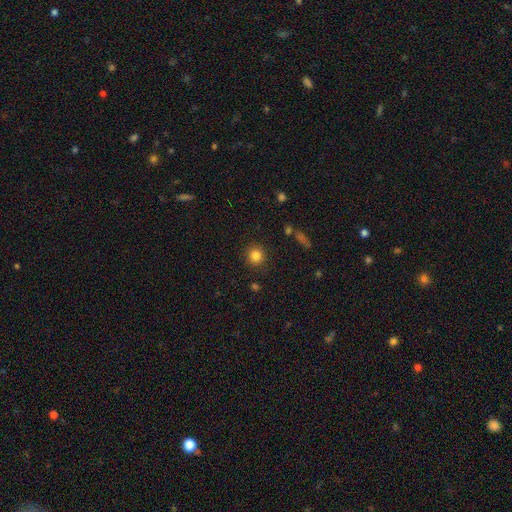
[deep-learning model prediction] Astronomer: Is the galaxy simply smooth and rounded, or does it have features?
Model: smooth — 83%.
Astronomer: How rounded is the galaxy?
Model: round — 93%.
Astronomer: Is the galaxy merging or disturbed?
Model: none — 90%.